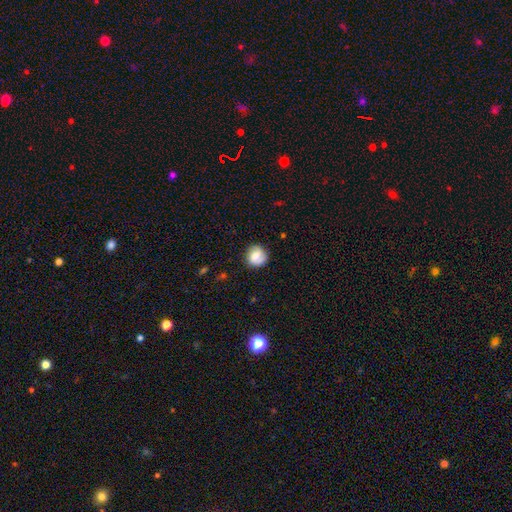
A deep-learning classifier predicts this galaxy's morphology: smooth-or-featured: smooth: 61% | featured or disk: 31% | star or artifact: 8%
  how-rounded: round: 88% | in between: 11% | cigar-shaped: 1%
  merging: none: 80% | minor disturbance: 15% | major disturbance: 4% | merger: 1%